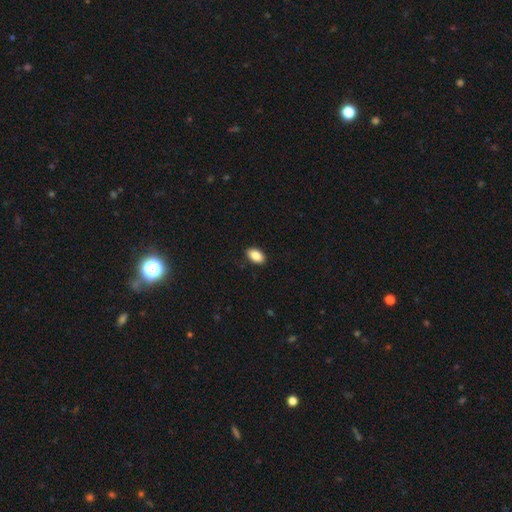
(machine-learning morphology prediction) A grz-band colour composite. It shows a smooth galaxy with no disk features (87%) that is in between round and cigar-shaped (92%). Merging: none (90%).